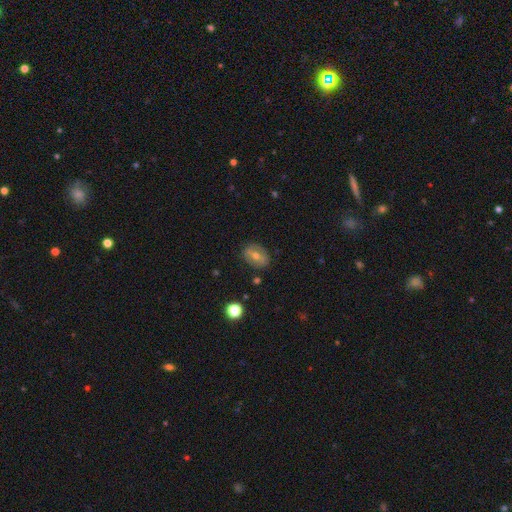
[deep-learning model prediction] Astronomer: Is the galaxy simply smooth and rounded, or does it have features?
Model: smooth — 46% (runner-up: featured or disk, 43%).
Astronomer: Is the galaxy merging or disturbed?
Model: none — 83%.